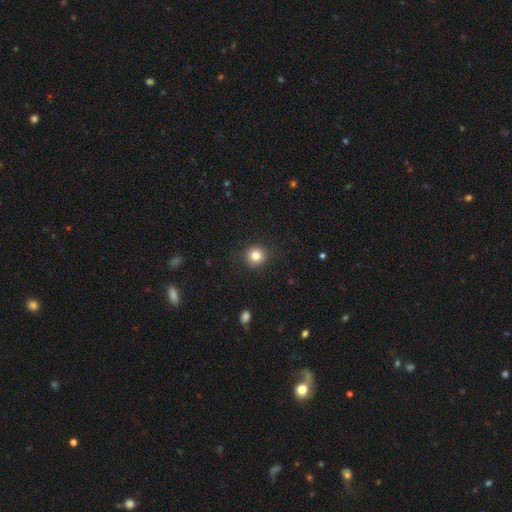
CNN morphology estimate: Overall: smooth (84%). How rounded: round (92%). Merging: none (90%).